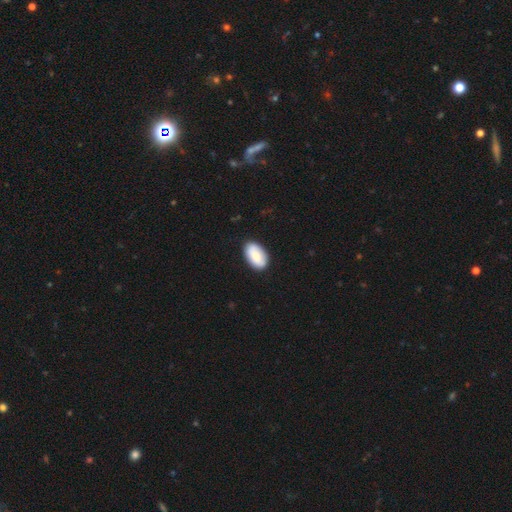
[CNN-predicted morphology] Smooth or featured?
  - smooth: 78% *
  - featured or disk: 16%
  - star or artifact: 6%
How rounded?
  - in between: 93% *
  - round: 5%
  - cigar-shaped: 1%
Merging?
  - none: 86% *
  - minor disturbance: 11%
  - major disturbance: 2%
  - merger: 1%